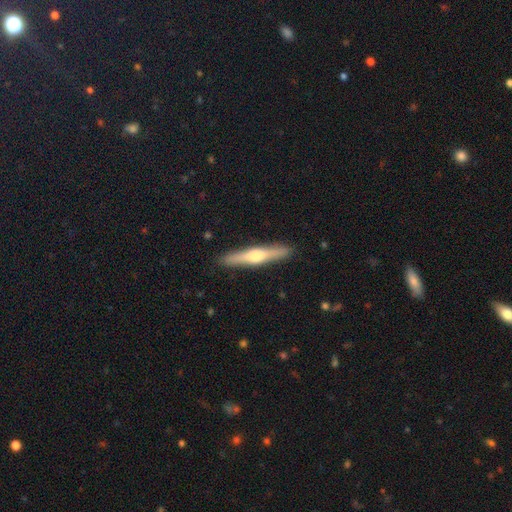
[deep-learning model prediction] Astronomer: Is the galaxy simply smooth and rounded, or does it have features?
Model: featured or disk — 61%.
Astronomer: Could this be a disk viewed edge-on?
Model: yes — 97%.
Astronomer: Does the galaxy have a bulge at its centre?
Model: rounded — 91%.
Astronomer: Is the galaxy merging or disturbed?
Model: none — 91%.